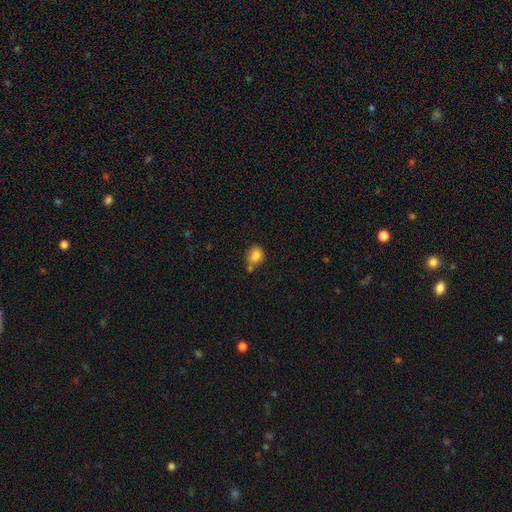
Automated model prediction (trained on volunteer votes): This is clearly a smooth galaxy (83%). How rounded: possibly round (52%). Merging: possibly none (54%).